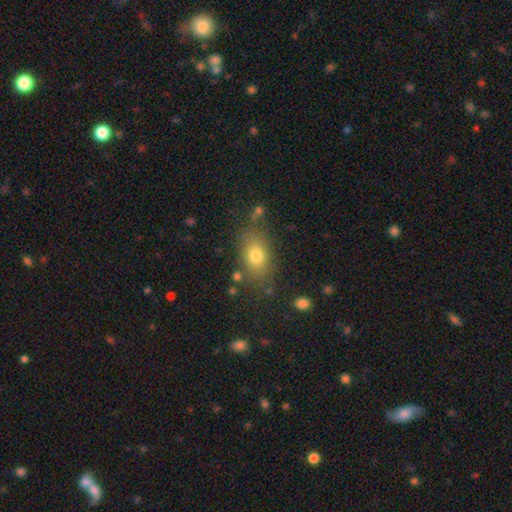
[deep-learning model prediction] Smooth or featured?
  - smooth: 76% *
  - featured or disk: 13%
  - star or artifact: 11%
How rounded?
  - in between: 78% *
  - round: 18%
  - cigar-shaped: 3%
Merging?
  - none: 76% *
  - minor disturbance: 14%
  - major disturbance: 5%
  - merger: 4%